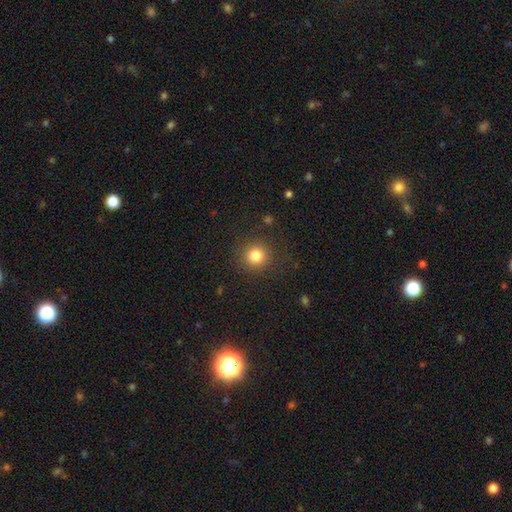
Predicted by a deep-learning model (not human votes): This is clearly a smooth galaxy (82%). How rounded: clearly round (93%). Merging: clearly none (88%).